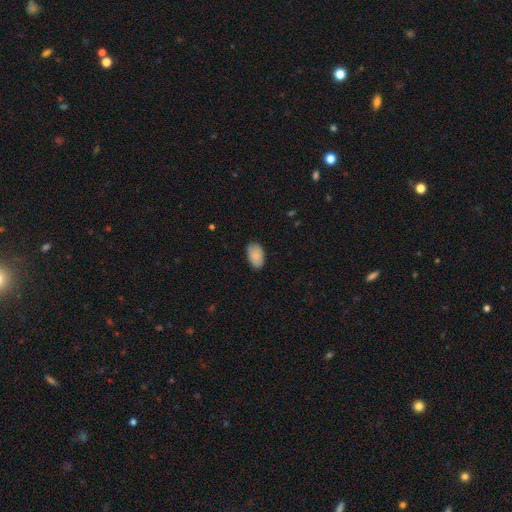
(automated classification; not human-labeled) Overall: smooth (89%). How rounded: in between (93%). Merging: none (80%).